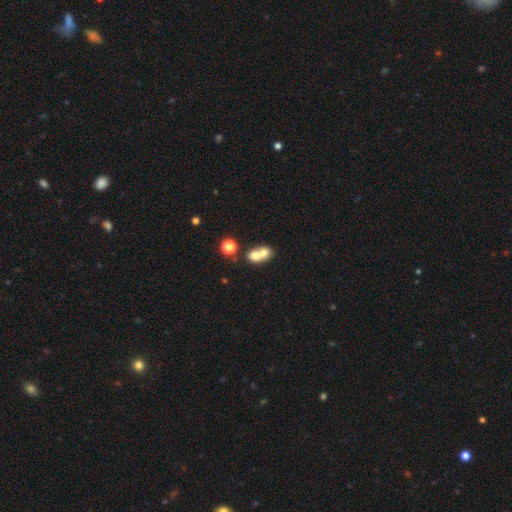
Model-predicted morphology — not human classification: Overall: smooth (69%). How rounded: round (61%; in between 38%). Merging: merger (70%).